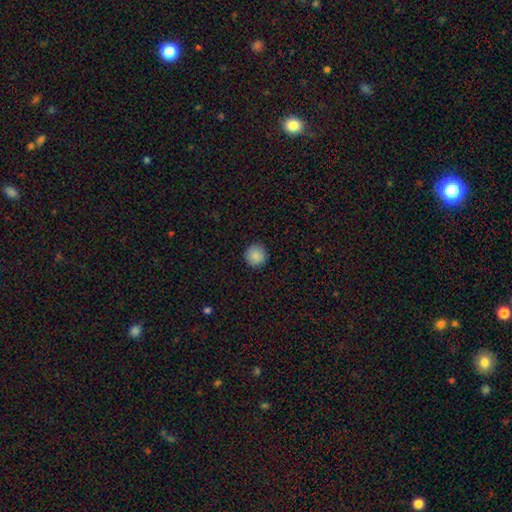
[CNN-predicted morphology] Smooth or featured? smooth (88%)
How rounded? round (95%)
Merging? none (92%)